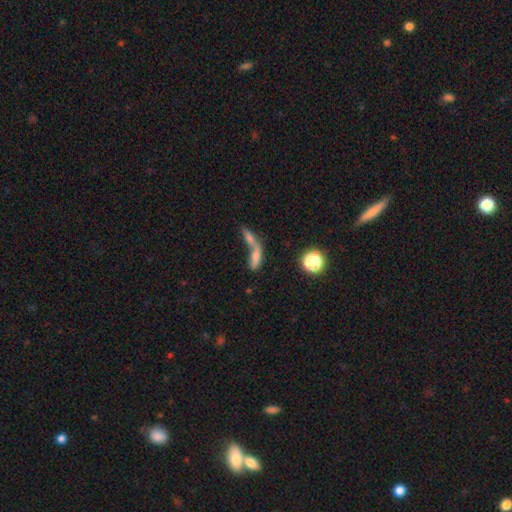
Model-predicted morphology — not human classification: smooth_or_featured: smooth (p=0.65) [alt: featured or disk p=0.21]
how_rounded: in between (p=0.53) [alt: cigar-shaped p=0.40]
merging: merger (p=0.70) [alt: none p=0.18]